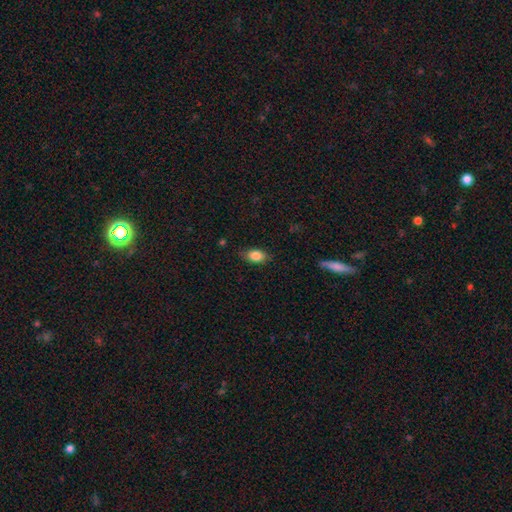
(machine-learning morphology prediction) smooth 85%, star or artifact 8%, featured or disk 7%. Down the decision tree: how rounded — in between (84%); merging — none (79%).